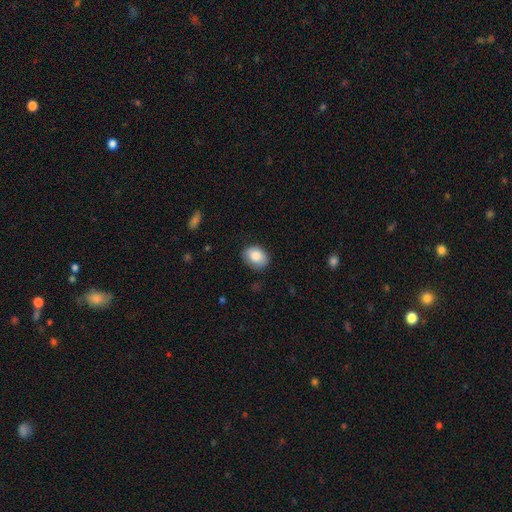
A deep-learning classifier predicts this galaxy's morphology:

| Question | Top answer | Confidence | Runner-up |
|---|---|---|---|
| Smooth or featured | smooth | 82% | featured or disk (10%) |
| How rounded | in between | 64% | round (35%) |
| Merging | none | 75% | minor disturbance (19%) |